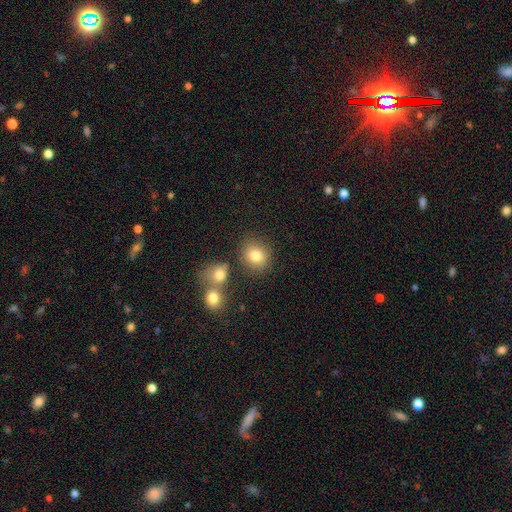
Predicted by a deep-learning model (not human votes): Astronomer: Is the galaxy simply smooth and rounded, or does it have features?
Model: smooth — 81%.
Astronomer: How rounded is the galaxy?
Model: round — 75%.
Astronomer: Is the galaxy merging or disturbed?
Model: none — 74%.